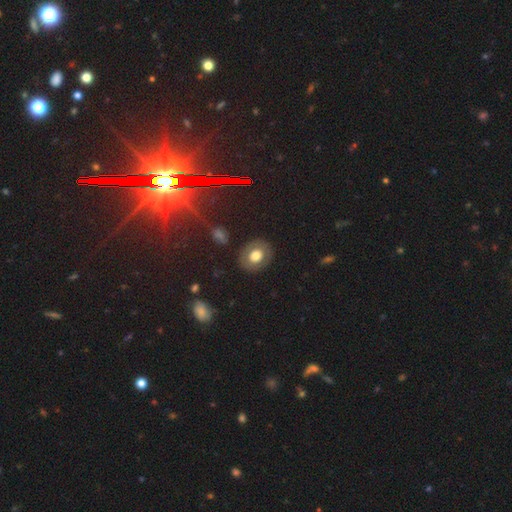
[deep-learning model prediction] A smooth galaxy with no disk features (64%) that is round (56%). Merging: none (86%).